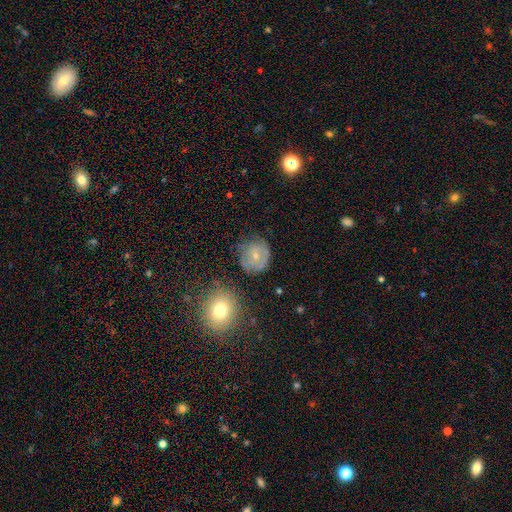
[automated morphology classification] smooth_or_featured: smooth (p=0.48) [alt: featured or disk p=0.42]
merging: none (p=0.61) [alt: minor disturbance p=0.24]